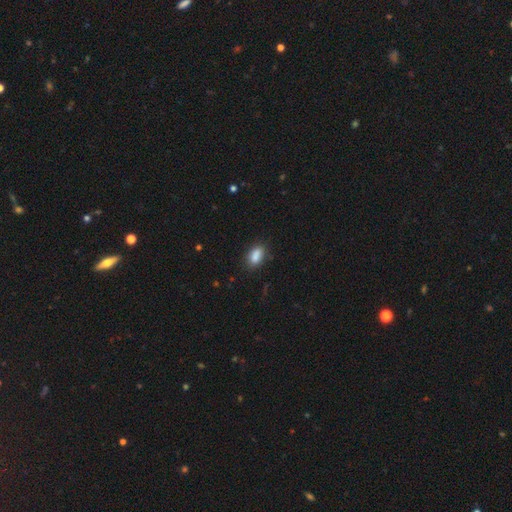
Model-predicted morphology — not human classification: This is clearly a smooth galaxy (88%). How rounded: clearly in between (89%). Merging: clearly none (82%).